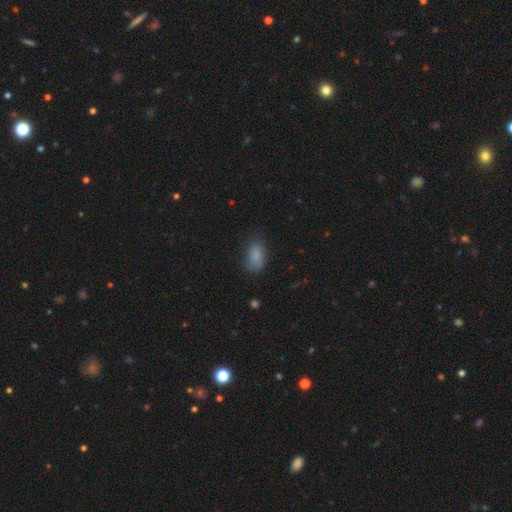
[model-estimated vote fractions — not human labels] A smooth galaxy with no disk features (83%) that is in between round and cigar-shaped (90%). Merging: none (63%).